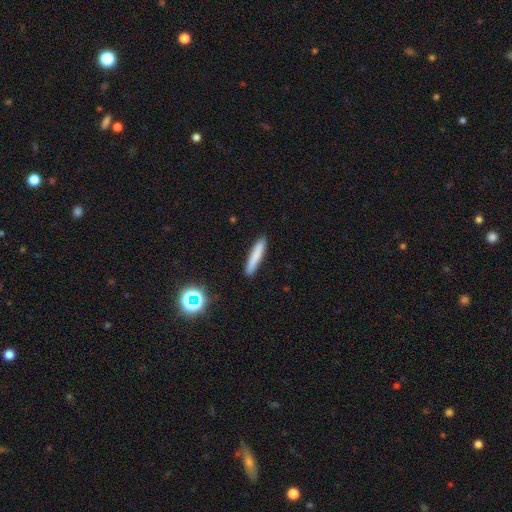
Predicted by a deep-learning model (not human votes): Morphology: type=smooth (78%); roundness=cigar-shaped (93%); merging=none (90%).